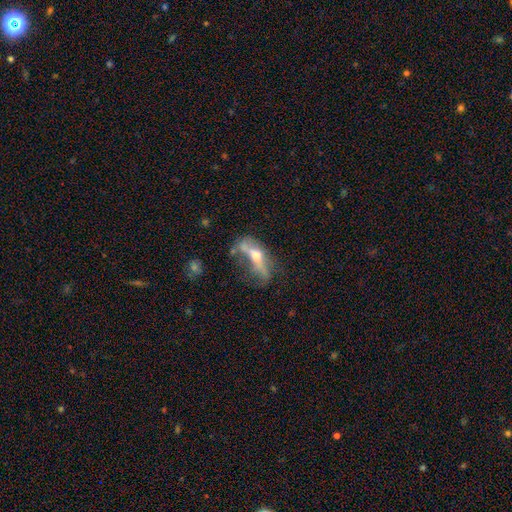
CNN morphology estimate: Q: Smooth or featured?
A: featured or disk (61%); runner-up: smooth (29%)
Q: Edge-on disk?
A: no (51%); runner-up: yes (49%)
Q: Merging?
A: none (35%); runner-up: major disturbance (31%)